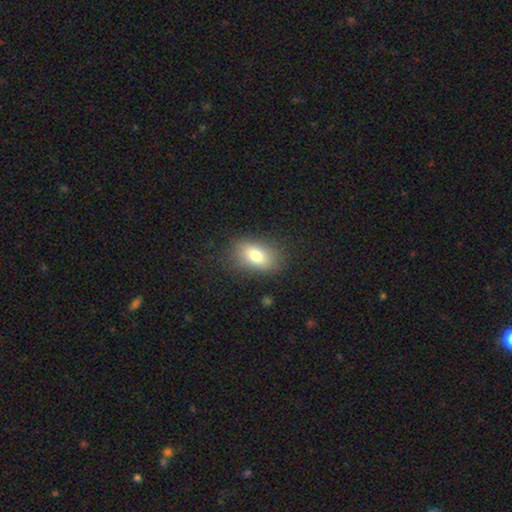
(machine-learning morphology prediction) smooth-or-featured: smooth: 79% | featured or disk: 12% | star or artifact: 10%
  how-rounded: in between: 86% | round: 12% | cigar-shaped: 3%
  merging: none: 82% | minor disturbance: 12% | major disturbance: 5% | merger: 1%